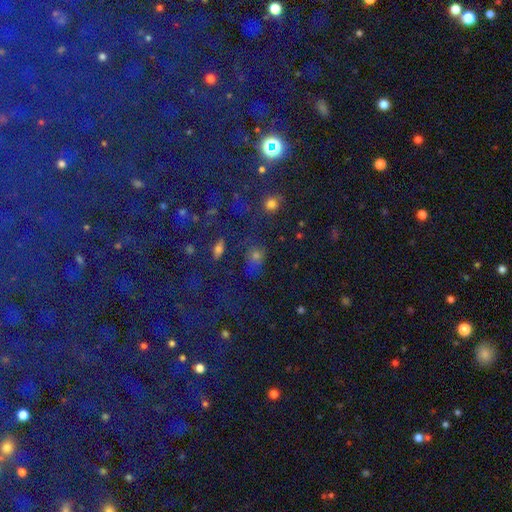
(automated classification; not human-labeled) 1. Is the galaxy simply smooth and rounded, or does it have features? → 50% smooth, 39% star or artifact, 11% featured or disk.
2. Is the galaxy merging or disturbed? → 71% none, 14% minor disturbance, 8% major disturbance, 7% merger.